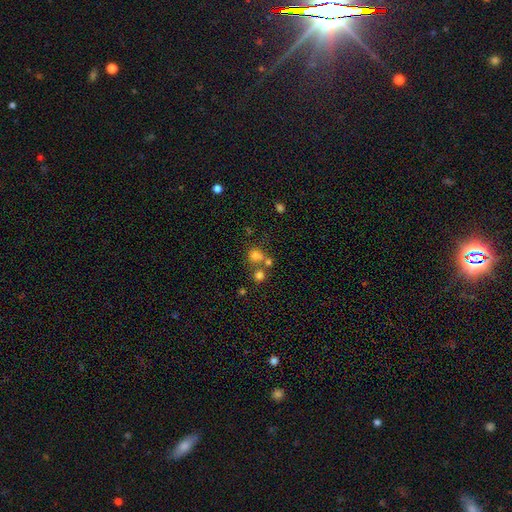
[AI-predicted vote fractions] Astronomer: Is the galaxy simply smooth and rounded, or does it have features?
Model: smooth — 71%.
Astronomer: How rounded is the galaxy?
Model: round — 80%.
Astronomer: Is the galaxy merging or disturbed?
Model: none — 50% (runner-up: merger, 35%).